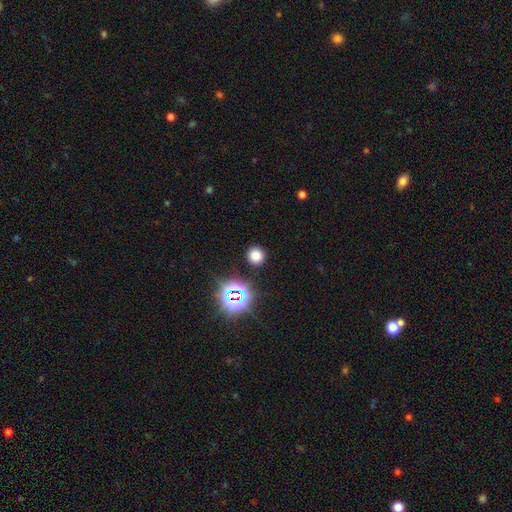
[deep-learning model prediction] A smooth galaxy with no disk features (72%) that is round (91%). Merging: none (89%).